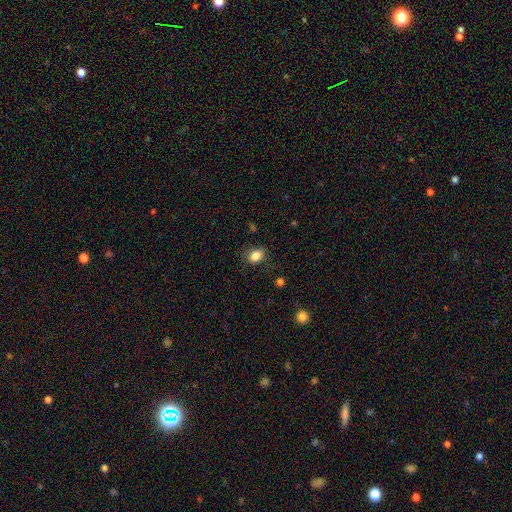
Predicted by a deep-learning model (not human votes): This appears to be a smooth galaxy with no disk features (85%) that is in between round and cigar-shaped (67%). Merging: none (78%).